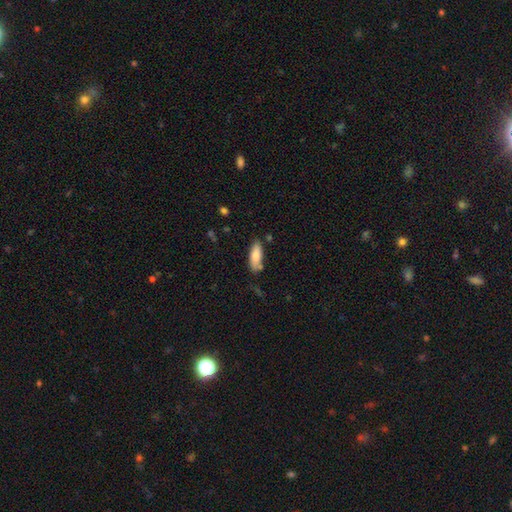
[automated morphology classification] Smooth or featured: smooth — 82% (featured or disk — 12%)
How rounded: in between — 67% (cigar-shaped — 31%)
Merging: none — 69% (minor disturbance — 20%)